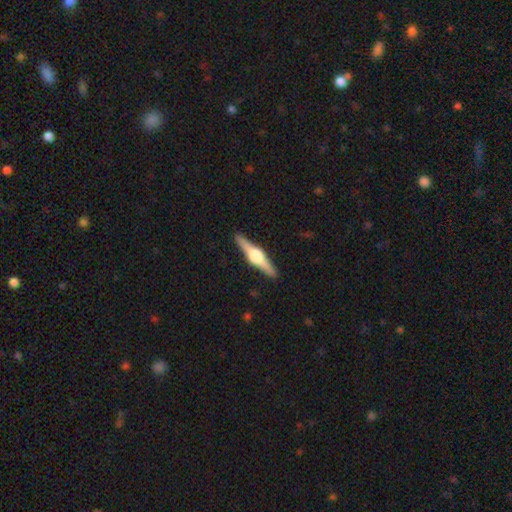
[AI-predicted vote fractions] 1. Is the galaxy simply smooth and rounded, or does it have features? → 79% featured or disk, 16% smooth, 5% star or artifact.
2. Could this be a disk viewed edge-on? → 98% yes, 2% no.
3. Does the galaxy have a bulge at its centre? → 93% rounded, 6% boxy, 2% none.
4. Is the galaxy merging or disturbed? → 92% none, 6% minor disturbance, 1% major disturbance, 1% merger.